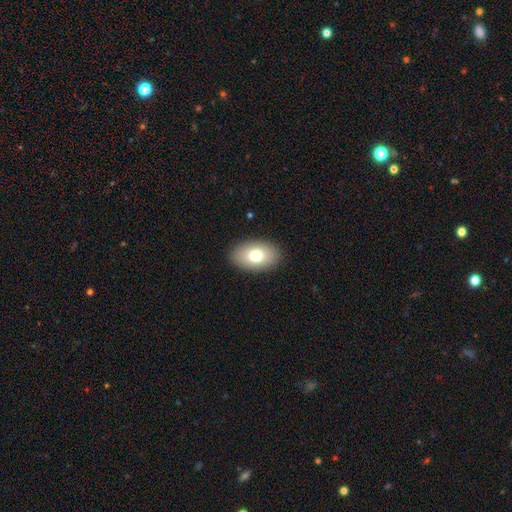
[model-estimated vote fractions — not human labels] Q: Smooth or featured?
A: smooth (77%); runner-up: featured or disk (15%)
Q: How rounded?
A: in between (91%); runner-up: round (8%)
Q: Merging?
A: none (89%); runner-up: minor disturbance (8%)